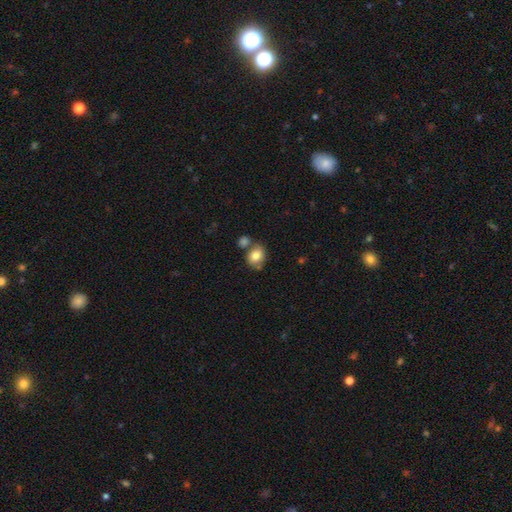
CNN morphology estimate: This appears to be a smooth galaxy with no disk features (79%) that is round (59%). Merging: none (57%).